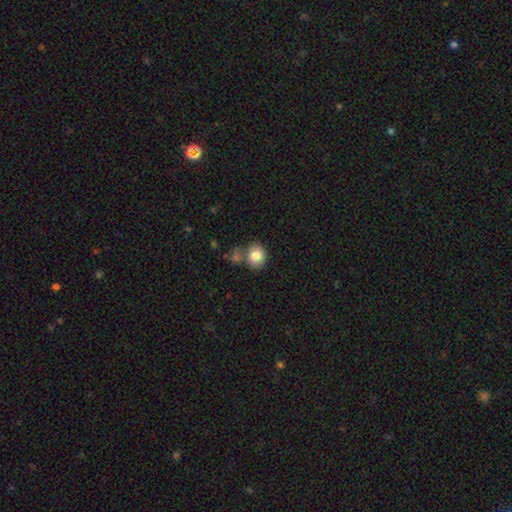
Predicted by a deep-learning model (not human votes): smooth-or-featured: smooth: 82% | featured or disk: 9% | star or artifact: 9%
  how-rounded: round: 66% | in between: 33% | cigar-shaped: 1%
  merging: none: 60% | merger: 19% | minor disturbance: 16% | major disturbance: 5%